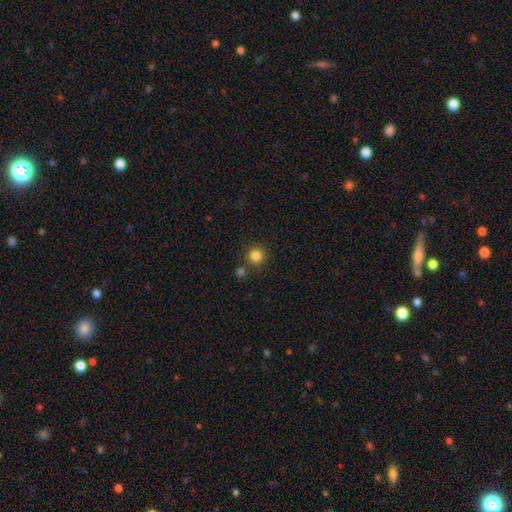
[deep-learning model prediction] The model was most divided on "smooth or featured": smooth: 83%, star or artifact: 12%, featured or disk: 4%. More confident: how rounded — round (93%); merging — none (80%).